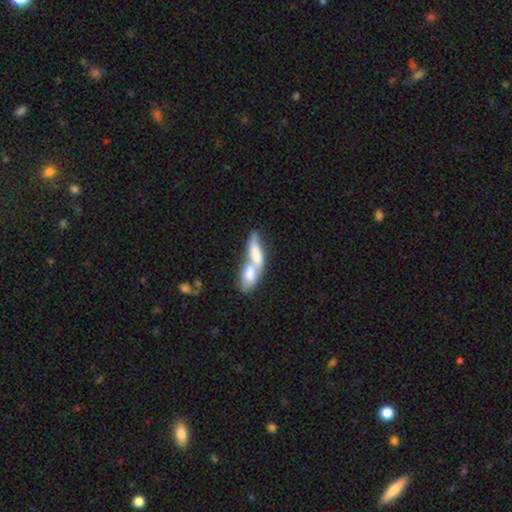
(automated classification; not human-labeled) Smooth or featured: smooth — 59% (featured or disk — 32%)
How rounded: in between — 58% (cigar-shaped — 37%)
Merging: merger — 70% (none — 16%)